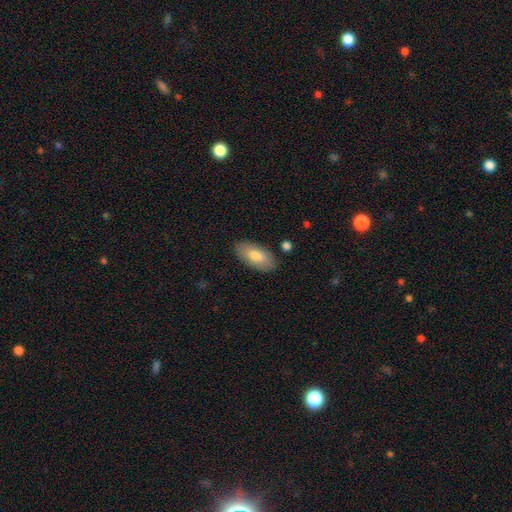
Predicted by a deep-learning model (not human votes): A smooth galaxy with no disk features (78%) that is in between round and cigar-shaped (92%).

Vote fractions:
- Smooth or featured? smooth: 78% / featured or disk: 16% / star or artifact: 6%
- How rounded? in between: 92% / cigar-shaped: 6% / round: 2%
- Merging? none: 85% / minor disturbance: 11% / major disturbance: 3% / merger: 2%